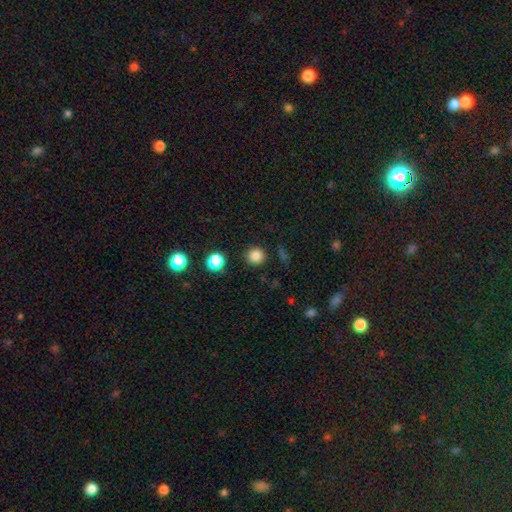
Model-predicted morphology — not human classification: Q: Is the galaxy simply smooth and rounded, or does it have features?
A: smooth — 83%.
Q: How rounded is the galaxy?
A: round — 94%.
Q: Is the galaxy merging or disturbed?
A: none — 90%.